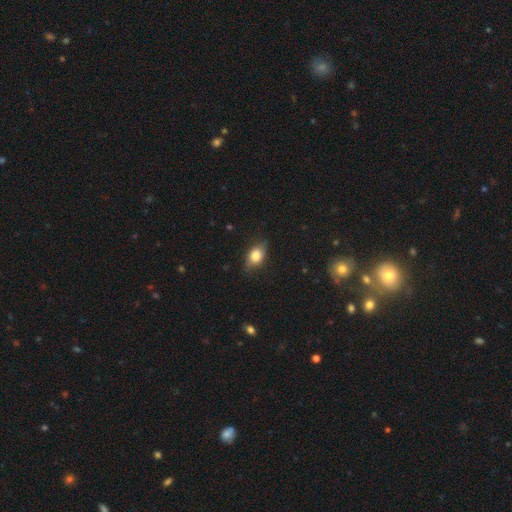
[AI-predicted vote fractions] Smooth or featured?
  - smooth: 75% *
  - featured or disk: 17%
  - star or artifact: 8%
How rounded?
  - in between: 75% *
  - round: 21%
  - cigar-shaped: 4%
Merging?
  - none: 73% *
  - minor disturbance: 21%
  - major disturbance: 5%
  - merger: 1%